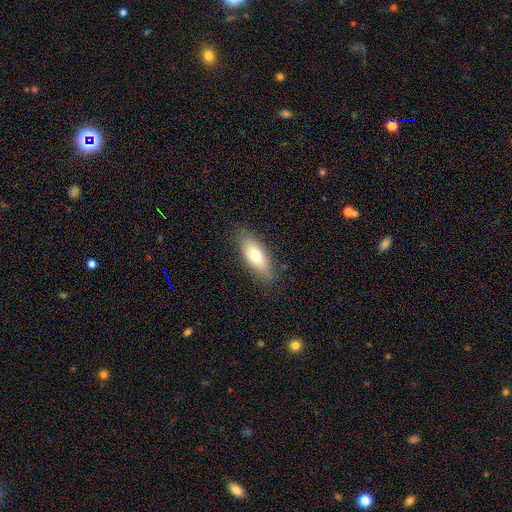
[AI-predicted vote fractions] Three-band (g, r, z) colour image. It shows a smooth galaxy with no disk features (72%) that is in between round and cigar-shaped (74%). Merging: none (81%).